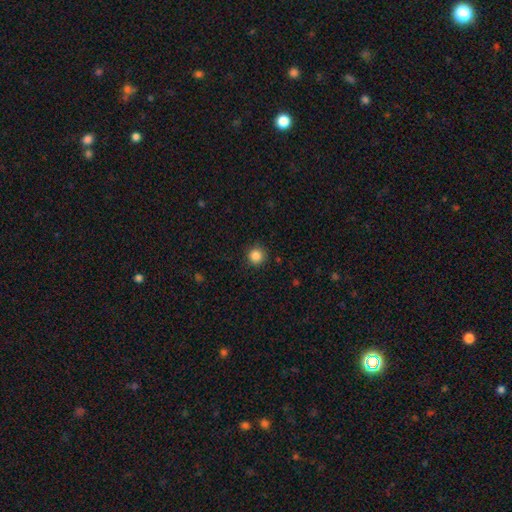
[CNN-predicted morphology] Smooth or featured?
  - smooth: 86% *
  - star or artifact: 11%
  - featured or disk: 3%
How rounded?
  - round: 95% *
  - in between: 5%
  - cigar-shaped: 1%
Merging?
  - none: 91% *
  - minor disturbance: 6%
  - major disturbance: 2%
  - merger: 1%